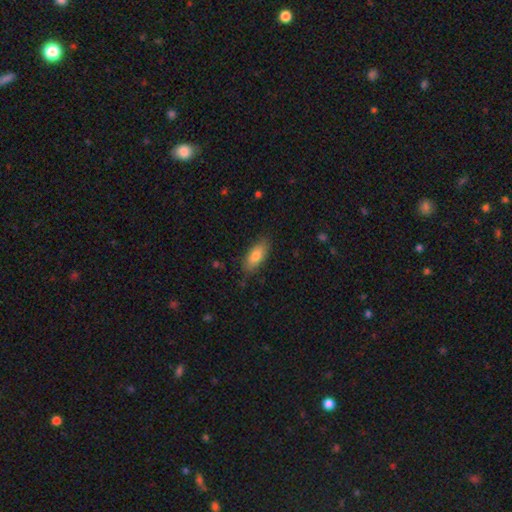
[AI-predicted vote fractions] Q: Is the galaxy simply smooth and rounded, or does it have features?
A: smooth — 79%.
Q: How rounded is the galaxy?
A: in between — 80%.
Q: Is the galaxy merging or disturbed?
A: none — 81%.